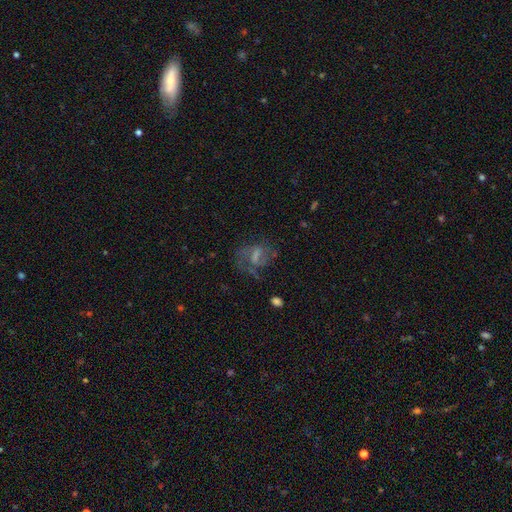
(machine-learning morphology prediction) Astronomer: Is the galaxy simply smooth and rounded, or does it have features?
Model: featured or disk — 62%.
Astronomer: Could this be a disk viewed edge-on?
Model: no — 96%.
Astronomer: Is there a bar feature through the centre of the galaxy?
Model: weak — 48% (runner-up: no, 30%).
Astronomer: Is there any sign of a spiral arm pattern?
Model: yes — 75%.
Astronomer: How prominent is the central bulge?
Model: none — 36% (runner-up: moderate, 28%).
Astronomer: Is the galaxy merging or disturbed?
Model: none — 43% (runner-up: major disturbance, 35%).